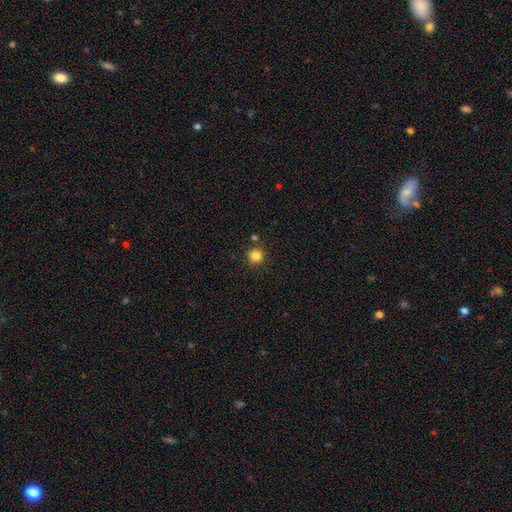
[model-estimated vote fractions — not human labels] Q: Smooth or featured?
A: smooth (84%); runner-up: star or artifact (12%)
Q: How rounded?
A: round (95%); runner-up: in between (4%)
Q: Merging?
A: none (86%); runner-up: minor disturbance (7%)